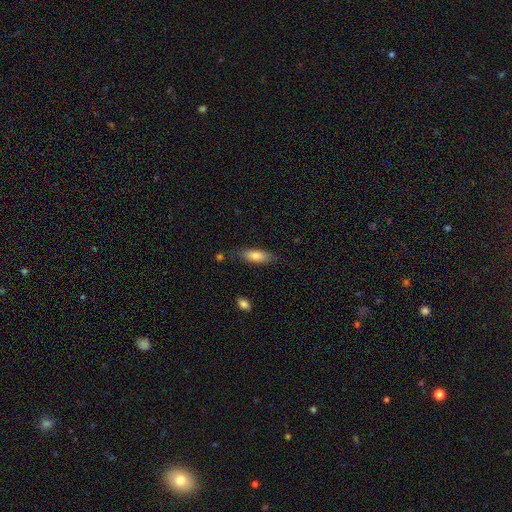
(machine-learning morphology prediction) smooth_or_featured: smooth (p=0.78) [alt: featured or disk p=0.15]
how_rounded: in between (p=0.65) [alt: cigar-shaped p=0.33]
merging: none (p=0.78) [alt: minor disturbance p=0.16]